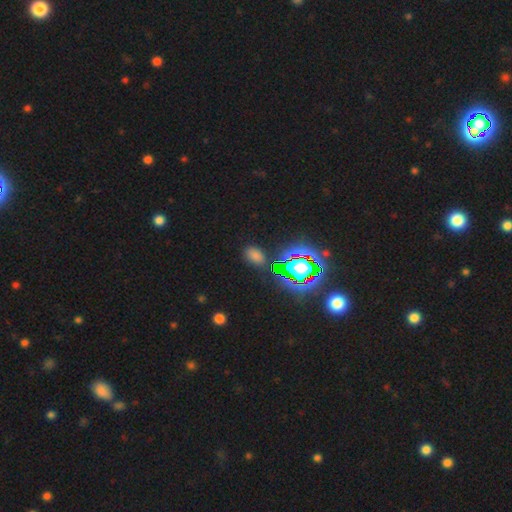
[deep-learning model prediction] Overall: smooth (57%; star or artifact 35%). How rounded: in between (78%). Merging: none (83%).